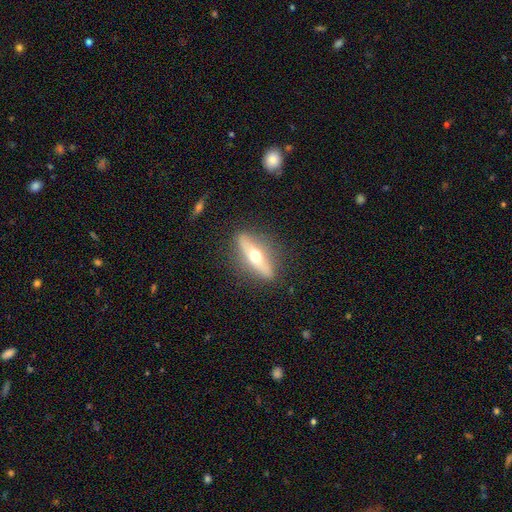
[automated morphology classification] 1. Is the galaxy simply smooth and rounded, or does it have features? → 59% featured or disk, 34% smooth, 7% star or artifact.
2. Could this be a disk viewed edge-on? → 82% yes, 18% no.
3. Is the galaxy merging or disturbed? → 85% none, 10% minor disturbance, 4% major disturbance, 1% merger.